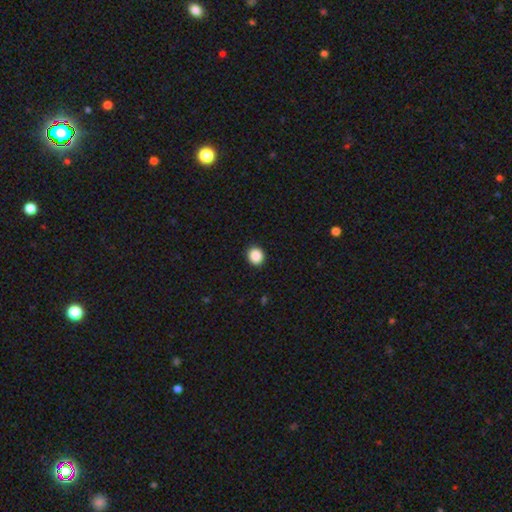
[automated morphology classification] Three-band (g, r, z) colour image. It shows a smooth galaxy with no disk features (89%) that is round (82%). Merging: none (92%).